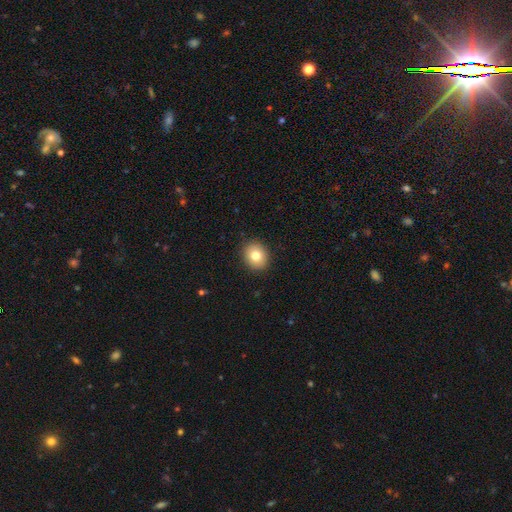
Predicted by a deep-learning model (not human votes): smooth 79%, featured or disk 11%, star or artifact 10%. Down the decision tree: how rounded — round (69%); merging — none (91%).